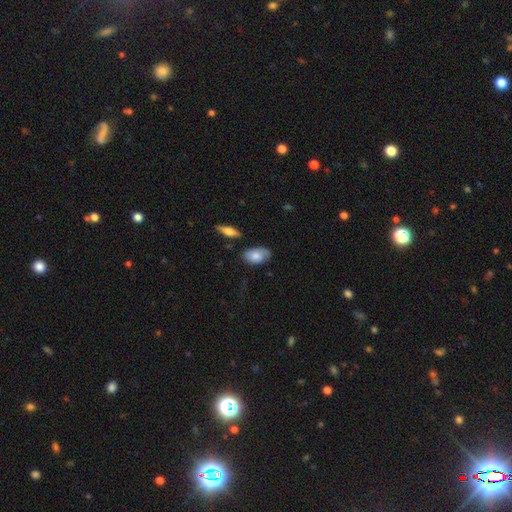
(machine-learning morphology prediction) smooth-or-featured: smooth: 68% | featured or disk: 26% | star or artifact: 6%
  how-rounded: in between: 91% | round: 7% | cigar-shaped: 2%
  merging: none: 63% | minor disturbance: 27% | major disturbance: 7% | merger: 4%